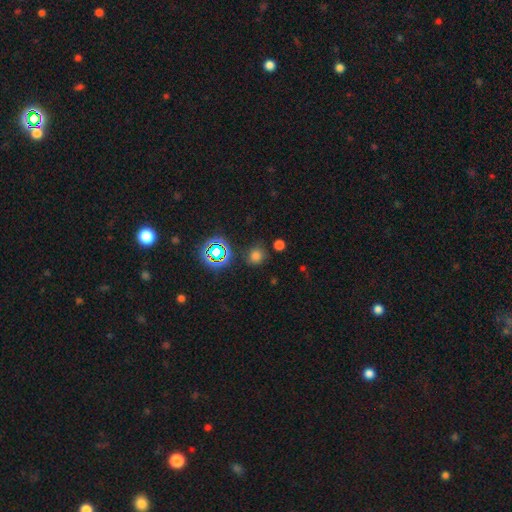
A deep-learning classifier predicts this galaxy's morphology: Smooth or featured? Predicted: smooth (p=0.67). How rounded? Predicted: round (p=0.83). Merging? Predicted: none (p=0.81).